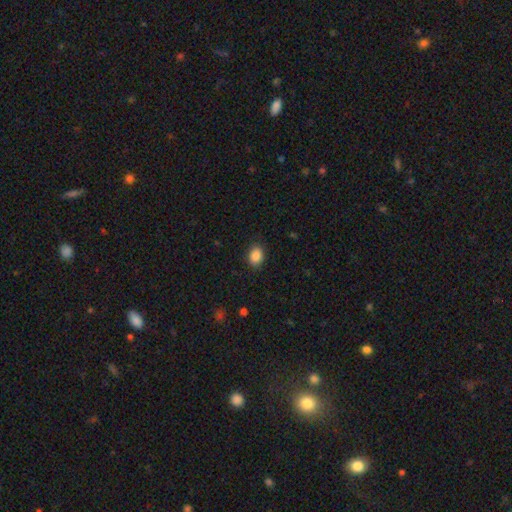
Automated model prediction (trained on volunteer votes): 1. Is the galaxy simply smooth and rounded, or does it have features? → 88% smooth, 8% star or artifact, 3% featured or disk.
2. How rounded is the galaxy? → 73% in between, 26% round, 1% cigar-shaped.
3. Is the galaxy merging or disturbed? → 88% none, 9% minor disturbance, 2% major disturbance, 1% merger.